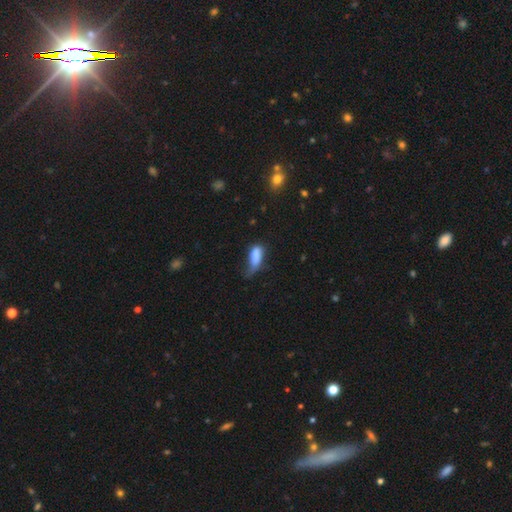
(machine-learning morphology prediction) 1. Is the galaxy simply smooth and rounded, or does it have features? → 79% smooth, 13% featured or disk, 9% star or artifact.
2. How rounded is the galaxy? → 82% in between, 14% cigar-shaped, 4% round.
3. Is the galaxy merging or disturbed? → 37% major disturbance (tied), 37% minor disturbance (tied), 21% none, 5% merger.